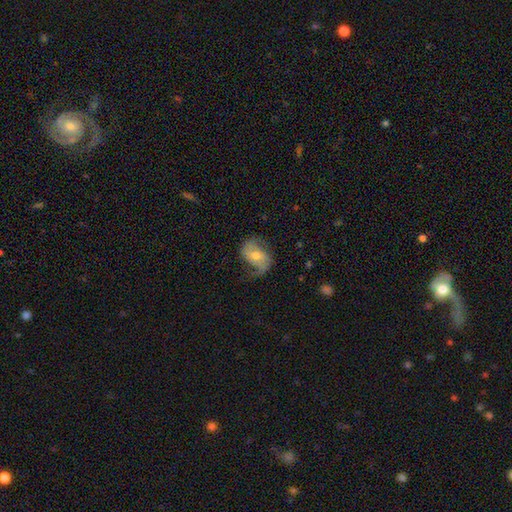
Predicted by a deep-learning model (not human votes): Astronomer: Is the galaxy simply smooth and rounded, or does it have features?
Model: featured or disk — 74%.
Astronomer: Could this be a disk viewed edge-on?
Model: no — 97%.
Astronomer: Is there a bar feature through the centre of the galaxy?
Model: weak — 42% (runner-up: no, 40%).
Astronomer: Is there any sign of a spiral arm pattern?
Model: yes — 92%.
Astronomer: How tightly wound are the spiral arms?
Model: loose — 48% (runner-up: medium, 38%).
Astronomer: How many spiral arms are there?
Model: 2 — 82%.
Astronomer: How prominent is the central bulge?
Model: moderate — 59%.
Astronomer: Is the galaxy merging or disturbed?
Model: none — 63%.